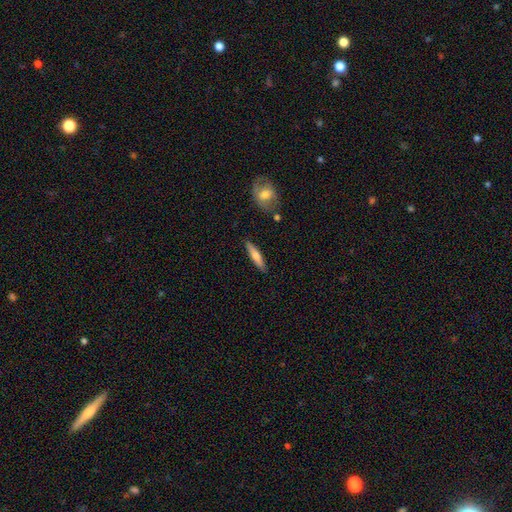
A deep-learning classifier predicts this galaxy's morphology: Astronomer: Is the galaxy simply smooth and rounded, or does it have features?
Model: smooth — 57% (runner-up: featured or disk, 38%).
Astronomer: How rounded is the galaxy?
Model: cigar-shaped — 82%.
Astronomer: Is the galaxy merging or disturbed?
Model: none — 86%.